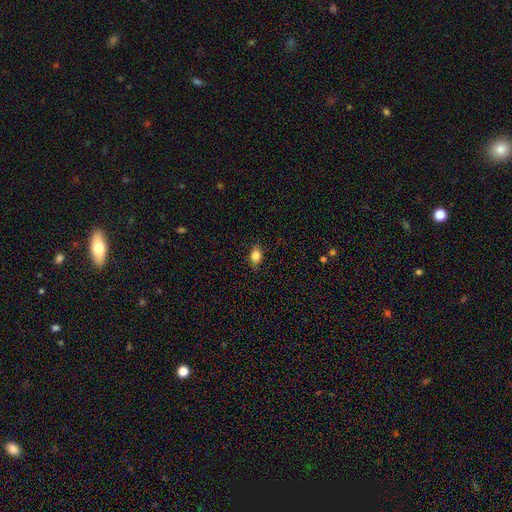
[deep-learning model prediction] smooth 82%, star or artifact 9%, featured or disk 9%. Down the decision tree: how rounded — in between (73%); merging — none (83%).